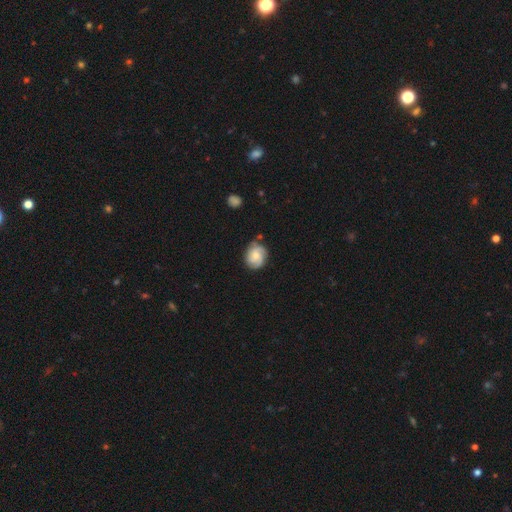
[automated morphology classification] This is possibly a featured or disk galaxy (57%). It is clearly not viewed edge-on (97%). Bar: likely no (71%). Spiral arm pattern: clearly yes (91%). Spiral arm count: marginally 3 (40%). Spiral winding: possibly tight (53%). Central bulge: possibly moderate (47%). Merging: likely none (67%).